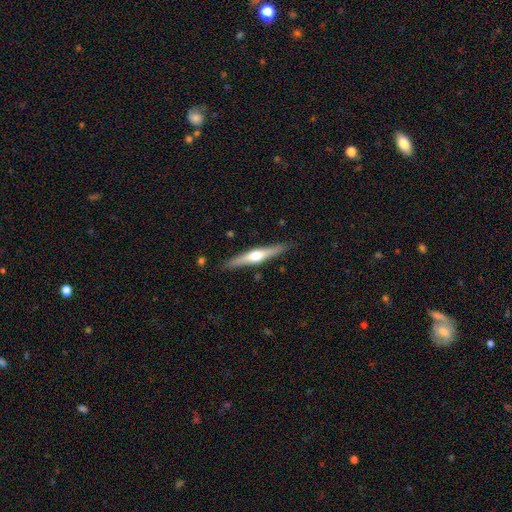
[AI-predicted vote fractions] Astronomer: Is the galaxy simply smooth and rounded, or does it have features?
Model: featured or disk — 67%.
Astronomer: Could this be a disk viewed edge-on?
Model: yes — 97%.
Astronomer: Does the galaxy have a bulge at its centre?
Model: rounded — 92%.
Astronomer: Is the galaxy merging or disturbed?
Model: none — 89%.